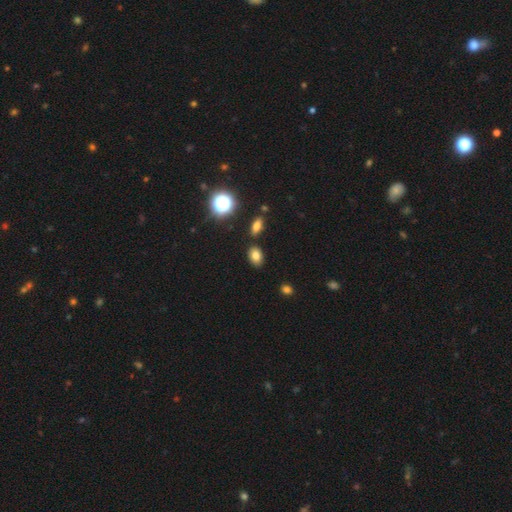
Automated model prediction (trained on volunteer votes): A smooth galaxy with no disk features (78%) that is in between round and cigar-shaped (76%).

Vote fractions:
- Smooth or featured? smooth: 78% / star or artifact: 14% / featured or disk: 8%
- How rounded? in between: 76% / round: 23% / cigar-shaped: 2%
- Merging? none: 84% / minor disturbance: 9% / merger: 5% / major disturbance: 2%